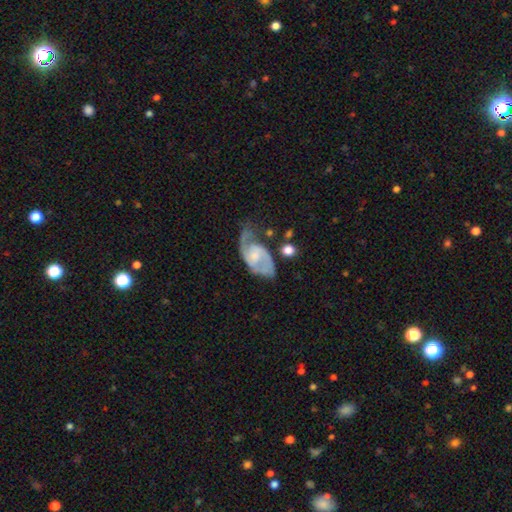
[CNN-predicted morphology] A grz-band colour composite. It shows a featured or disk galaxy (80%) with no bar (53%), 2 (77%) medium (51%) spiral arms (92%) and a small central bulge (43%). Merging: none (46%).